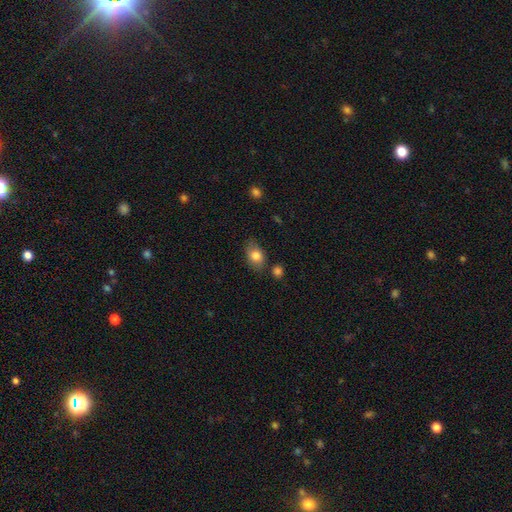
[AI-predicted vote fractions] smooth-or-featured: smooth: 82% | featured or disk: 11% | star or artifact: 8%
  how-rounded: in between: 78% | round: 20% | cigar-shaped: 2%
  merging: none: 72% | minor disturbance: 19% | merger: 5% | major disturbance: 4%